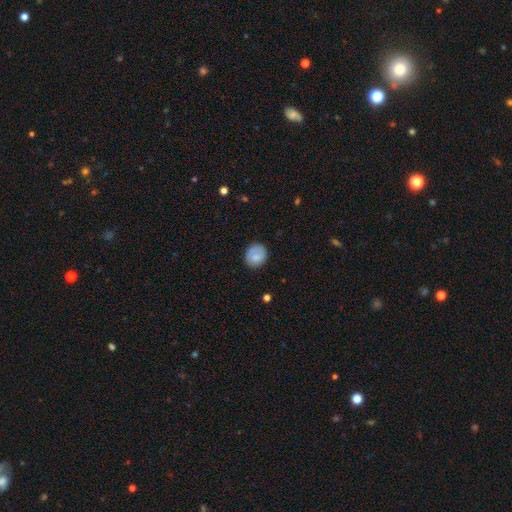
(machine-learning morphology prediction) smooth 79%, featured or disk 13%, star or artifact 8%. Down the decision tree: how rounded — round (77%); merging — none (81%).